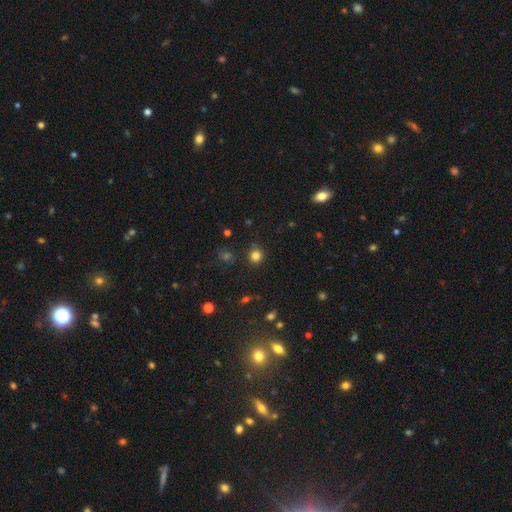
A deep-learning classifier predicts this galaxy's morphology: Overall: smooth (80%). How rounded: round (91%). Merging: none (85%).